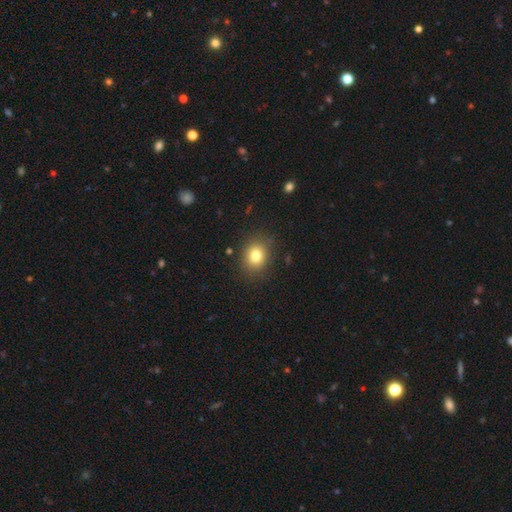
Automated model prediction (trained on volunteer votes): This is likely a smooth galaxy (79%). How rounded: likely round (63%). Merging: clearly none (85%).